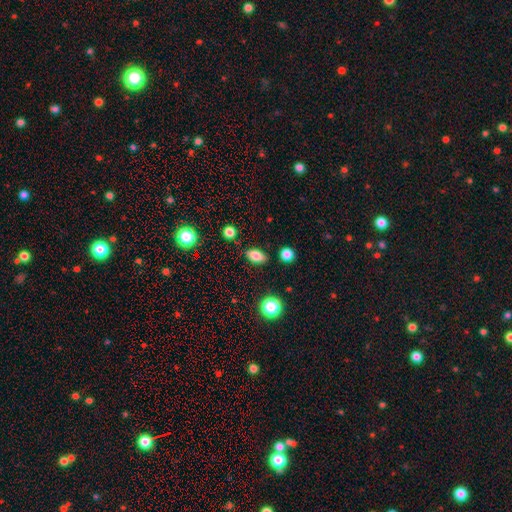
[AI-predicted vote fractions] smooth 82%, star or artifact 11%, featured or disk 8%. Down the decision tree: how rounded — in between (84%); merging — none (84%).